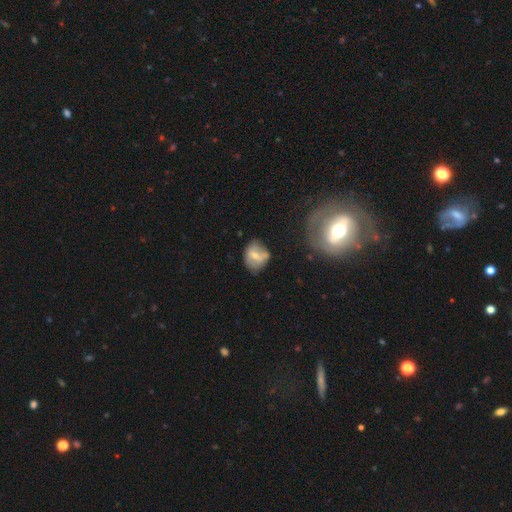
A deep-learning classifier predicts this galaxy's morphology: This appears to be a smooth galaxy with no disk features (50%) that is round (56%). Merging: none (55%).